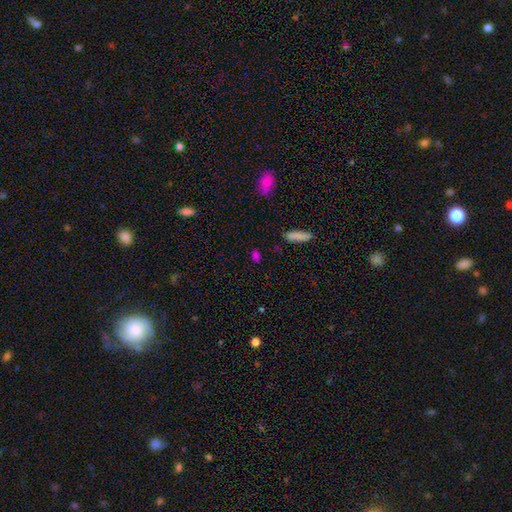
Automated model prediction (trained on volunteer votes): smooth_or_featured: smooth (p=0.70) [alt: star or artifact p=0.23]
how_rounded: in between (p=0.65) [alt: round p=0.21]
merging: none (p=0.80) [alt: minor disturbance p=0.12]